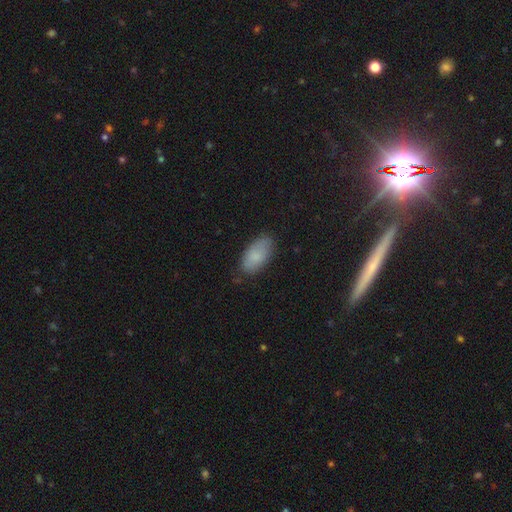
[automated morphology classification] This is clearly a smooth galaxy (84%). How rounded: clearly in between (93%). Merging: likely none (77%).